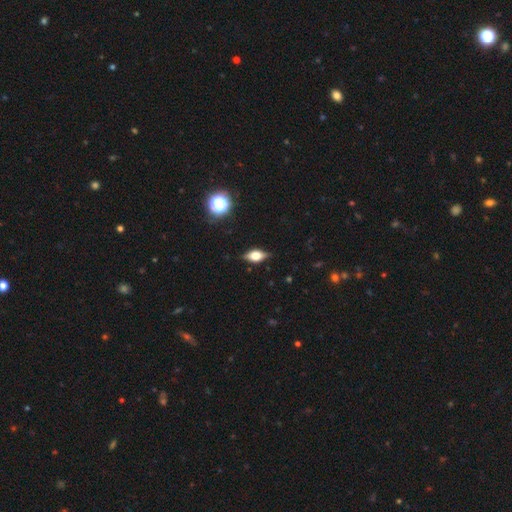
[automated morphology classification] Smooth or featured: featured or disk — 46% (smooth — 44%)
Merging: none — 83% (minor disturbance — 13%)